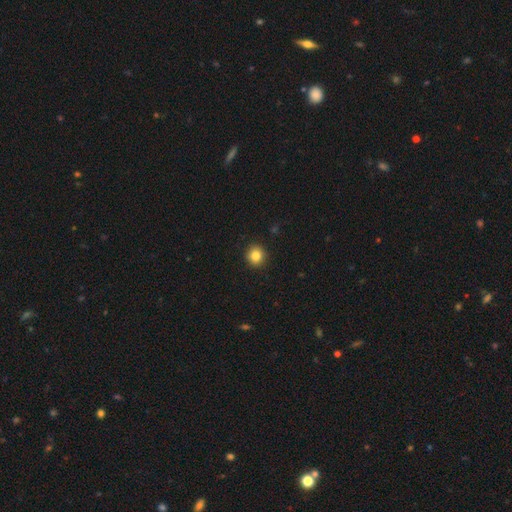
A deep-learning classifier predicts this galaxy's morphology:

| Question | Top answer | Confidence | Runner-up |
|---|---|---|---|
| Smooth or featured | smooth | 83% | star or artifact (11%) |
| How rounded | round | 90% | in between (9%) |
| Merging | none | 92% | minor disturbance (5%) |